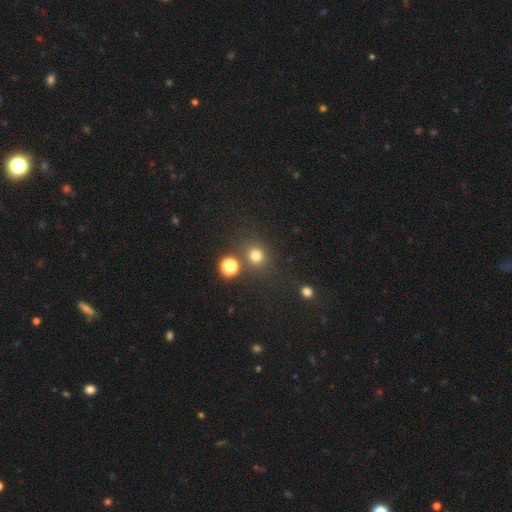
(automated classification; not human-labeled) The model was most divided on "smooth or featured": smooth: 74%, star or artifact: 19%, featured or disk: 6%. More confident: how rounded — round (85%); merging — none (79%).